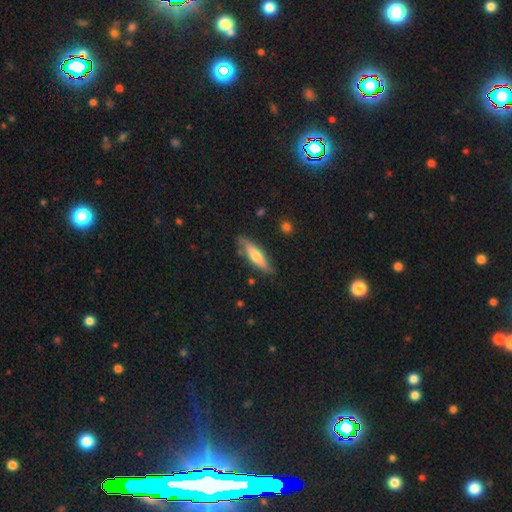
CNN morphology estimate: Smooth or featured: smooth — 60% (featured or disk — 34%)
How rounded: cigar-shaped — 66% (in between — 32%)
Merging: none — 80% (minor disturbance — 16%)